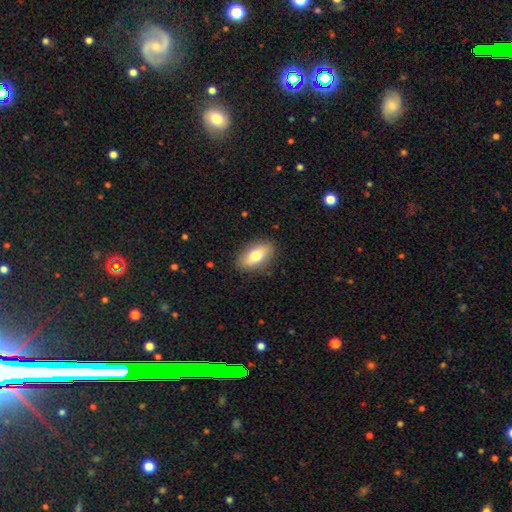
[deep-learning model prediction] smooth-or-featured: smooth: 75% | featured or disk: 18% | star or artifact: 7%
  how-rounded: in between: 90% | cigar-shaped: 5% | round: 5%
  merging: none: 87% | minor disturbance: 10% | major disturbance: 2% | merger: 1%